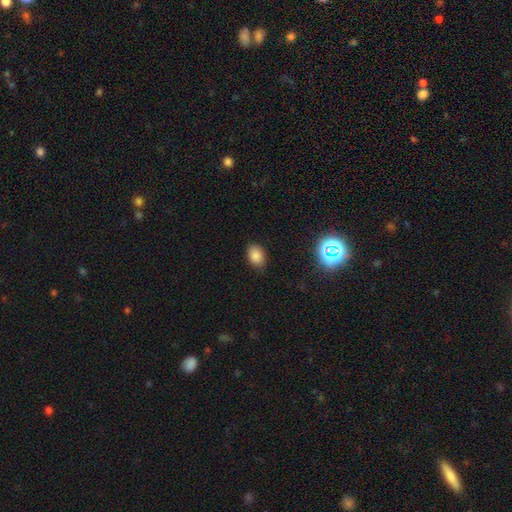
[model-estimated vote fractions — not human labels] Q: Smooth or featured?
A: smooth (83%); runner-up: star or artifact (12%)
Q: How rounded?
A: in between (81%); runner-up: round (18%)
Q: Merging?
A: none (82%); runner-up: minor disturbance (14%)